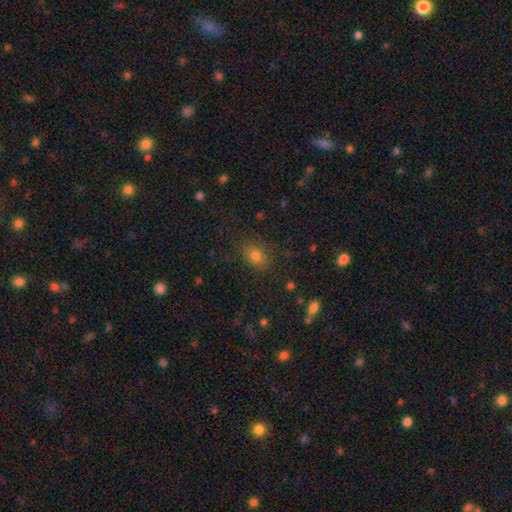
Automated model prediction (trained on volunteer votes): A smooth galaxy with no disk features (75%) that is in between round and cigar-shaped (55%).

Vote fractions:
- Smooth or featured? smooth: 75% / star or artifact: 17% / featured or disk: 8%
- How rounded? in between: 55% / round: 44% / cigar-shaped: 1%
- Merging? none: 81% / minor disturbance: 13% / major disturbance: 4% / merger: 2%